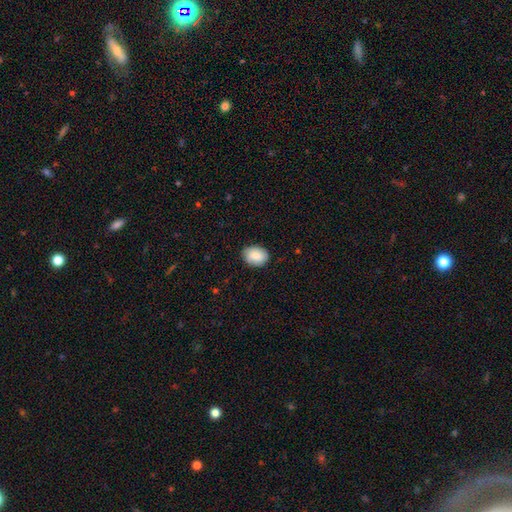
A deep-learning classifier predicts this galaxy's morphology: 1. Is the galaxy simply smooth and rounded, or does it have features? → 83% smooth, 11% featured or disk, 7% star or artifact.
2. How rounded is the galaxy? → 65% in between, 34% round, 1% cigar-shaped.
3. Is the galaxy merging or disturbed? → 81% none, 15% minor disturbance, 3% major disturbance, 1% merger.